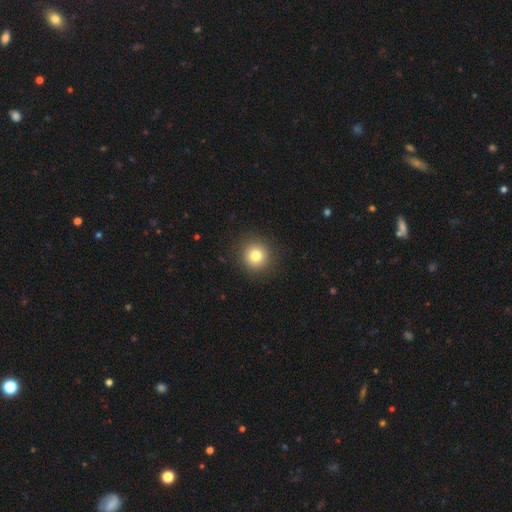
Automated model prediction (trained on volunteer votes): This is clearly a smooth galaxy (81%). How rounded: clearly round (92%). Merging: clearly none (91%).